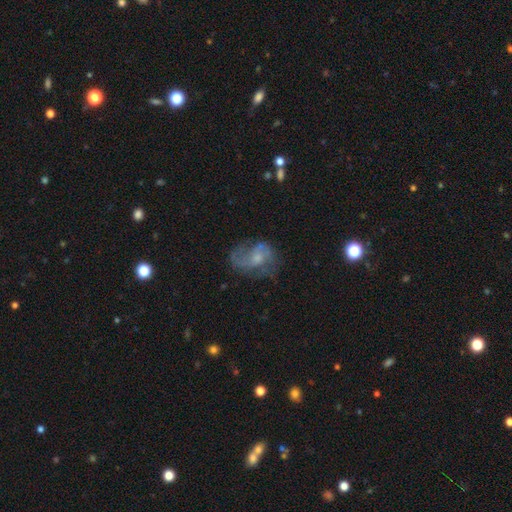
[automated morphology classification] This is likely a featured or disk galaxy (67%). It is clearly not viewed edge-on (97%). Bar: likely no (62%). Spiral arm pattern: clearly yes (81%). Spiral arm count: possibly 2 (57%). Spiral winding: marginally loose (43%). Central bulge: possibly small (48%). Merging: possibly none (56%).